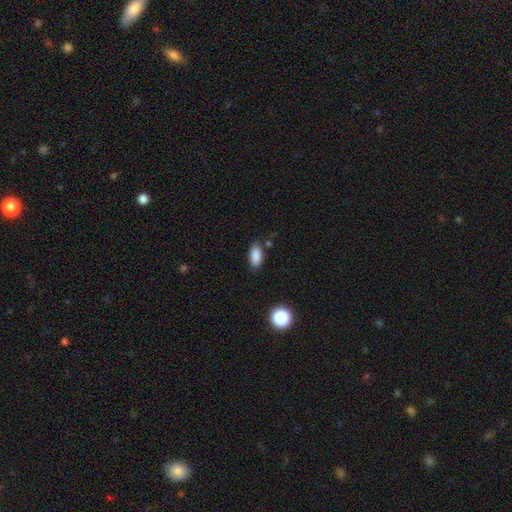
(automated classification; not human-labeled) A smooth galaxy with no disk features (87%) that is in between round and cigar-shaped (90%).

Vote fractions:
- Smooth or featured? smooth: 87% / star or artifact: 9% / featured or disk: 4%
- How rounded? in between: 90% / cigar-shaped: 6% / round: 4%
- Merging? none: 80% / minor disturbance: 14% / major disturbance: 3% / merger: 3%